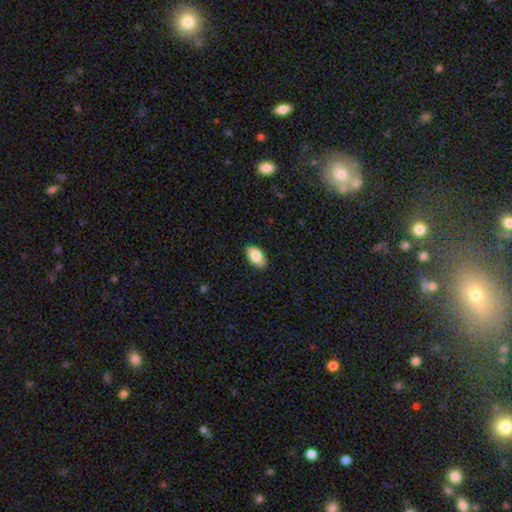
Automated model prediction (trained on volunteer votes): Morphology: type=smooth (84%); roundness=in between (94%); merging=none (87%).